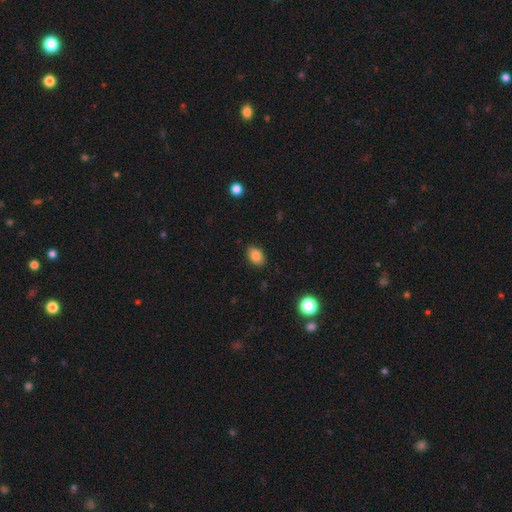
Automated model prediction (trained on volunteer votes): smooth 85%, star or artifact 10%, featured or disk 5%. Down the decision tree: how rounded — in between (81%); merging — none (87%).